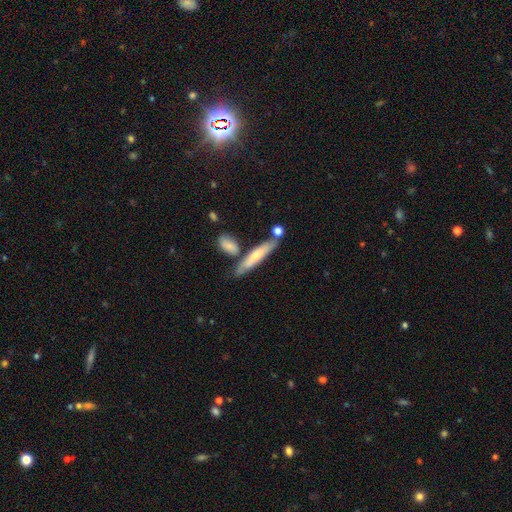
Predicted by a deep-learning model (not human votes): Smooth or featured: smooth — 59% (featured or disk — 36%)
How rounded: cigar-shaped — 83% (in between — 15%)
Merging: none — 64% (minor disturbance — 16%)